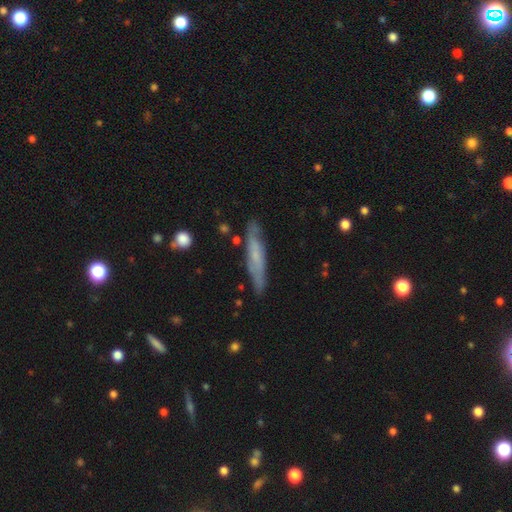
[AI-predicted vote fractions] smooth-or-featured: featured or disk: 48% | smooth: 45% | star or artifact: 7%
  merging: none: 80% | minor disturbance: 15% | major disturbance: 3% | merger: 2%